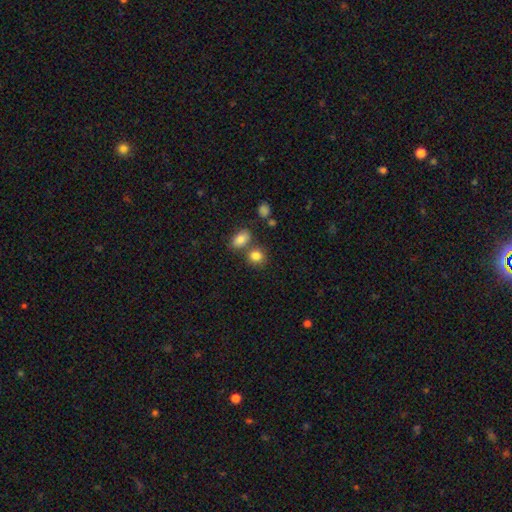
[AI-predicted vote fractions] Morphology: type=smooth (83%); roundness=round (66%); merging=none (60%).